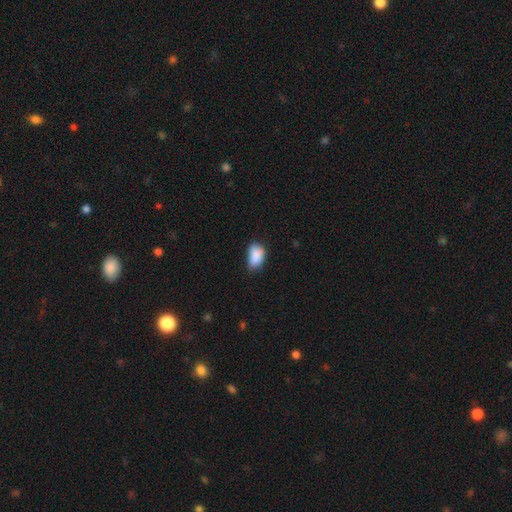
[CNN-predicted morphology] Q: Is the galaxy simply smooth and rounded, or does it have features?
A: smooth — 87%.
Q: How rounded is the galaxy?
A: in between — 89%.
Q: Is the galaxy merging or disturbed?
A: none — 55%.